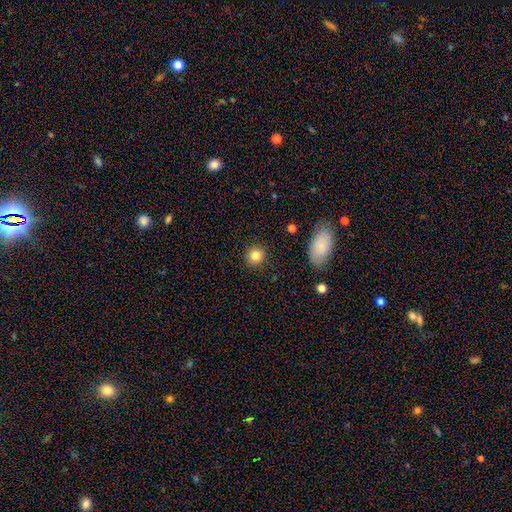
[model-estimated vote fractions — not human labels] Smooth or featured: smooth — 83% (star or artifact — 11%)
How rounded: round — 92% (in between — 7%)
Merging: none — 90% (minor disturbance — 6%)